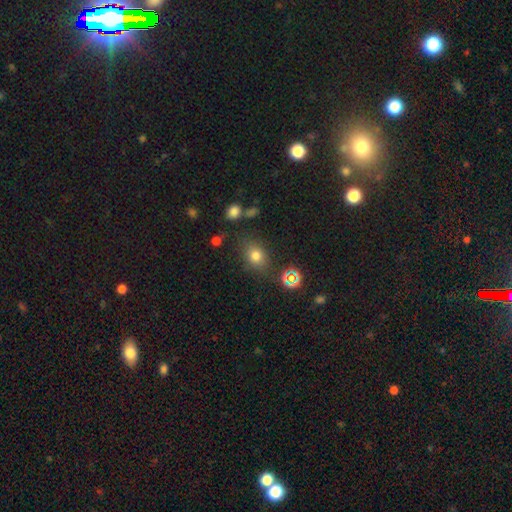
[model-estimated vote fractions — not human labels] Smooth or featured? smooth (73%)
How rounded? in between (53%)
Merging? none (76%)